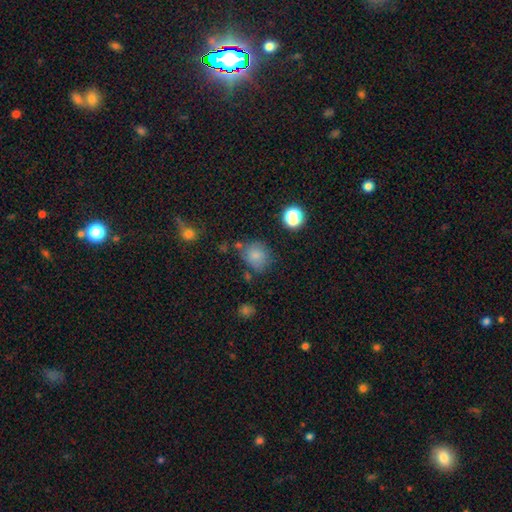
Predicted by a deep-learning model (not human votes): Smooth or featured: smooth — 79% (star or artifact — 13%)
How rounded: round — 73% (in between — 26%)
Merging: none — 65% (minor disturbance — 20%)